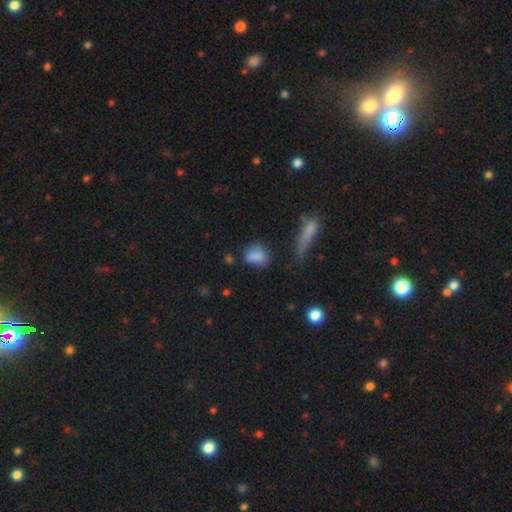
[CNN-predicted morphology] Smooth or featured? Predicted: smooth (p=0.78). How rounded? Predicted: in between (p=0.64). Merging? Predicted: none (p=0.52).